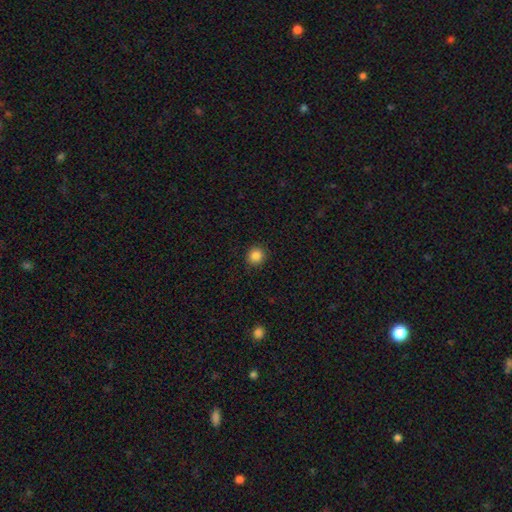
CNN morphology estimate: Smooth or featured?
  - smooth: 86% *
  - star or artifact: 11%
  - featured or disk: 3%
How rounded?
  - round: 92% *
  - in between: 8%
  - cigar-shaped: 1%
Merging?
  - none: 91% *
  - minor disturbance: 6%
  - major disturbance: 2%
  - merger: 1%